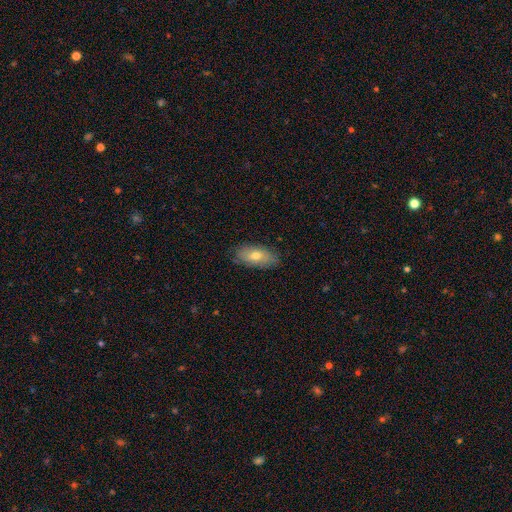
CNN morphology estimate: This is likely a smooth galaxy (70%). How rounded: clearly in between (88%). Merging: clearly none (82%).